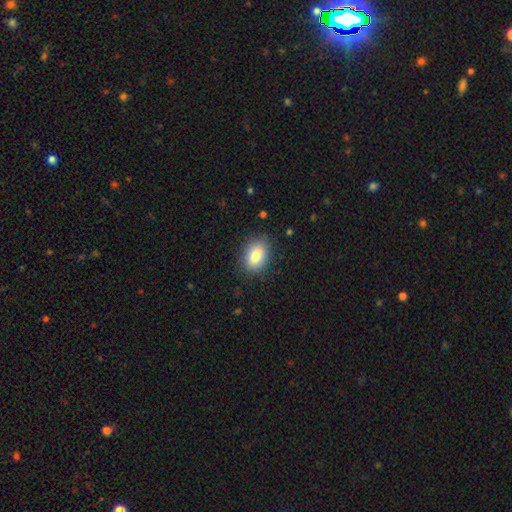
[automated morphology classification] Q: Smooth or featured?
A: smooth (85%); runner-up: star or artifact (8%)
Q: How rounded?
A: in between (83%); runner-up: round (16%)
Q: Merging?
A: none (84%); runner-up: minor disturbance (12%)